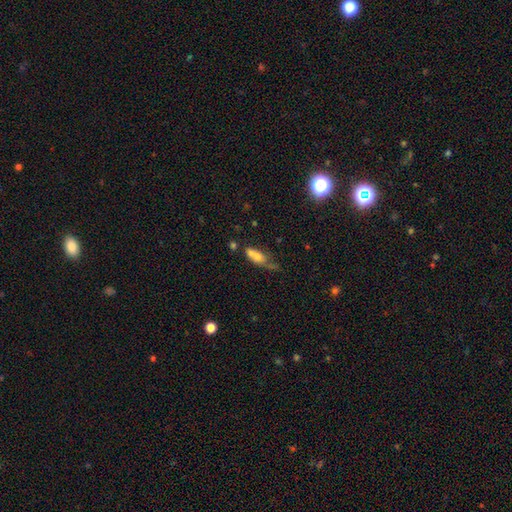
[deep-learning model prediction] A smooth galaxy with no disk features (62%) that is in between round and cigar-shaped (73%). Merging: merger (36%).